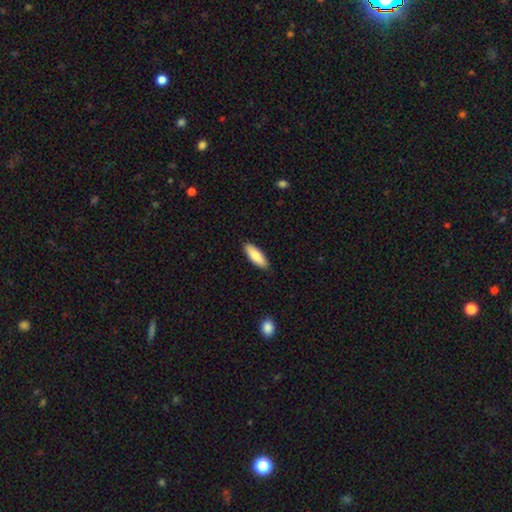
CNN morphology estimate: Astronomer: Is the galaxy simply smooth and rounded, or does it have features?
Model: smooth — 84%.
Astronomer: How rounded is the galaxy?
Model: in between — 61% (runner-up: cigar-shaped, 37%).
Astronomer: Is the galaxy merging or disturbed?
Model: none — 90%.